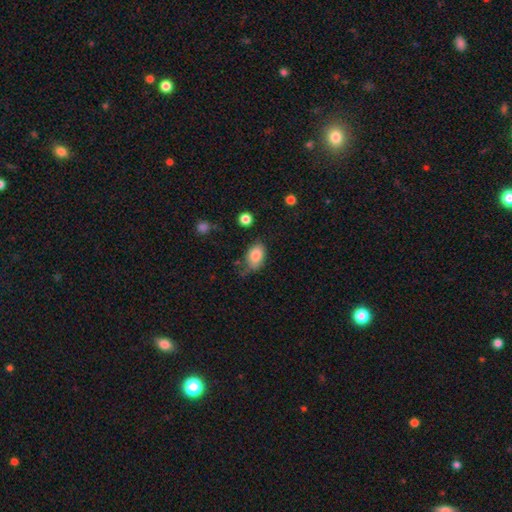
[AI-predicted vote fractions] Smooth or featured? Predicted: smooth (p=0.82). How rounded? Predicted: in between (p=0.85). Merging? Predicted: none (p=0.59).